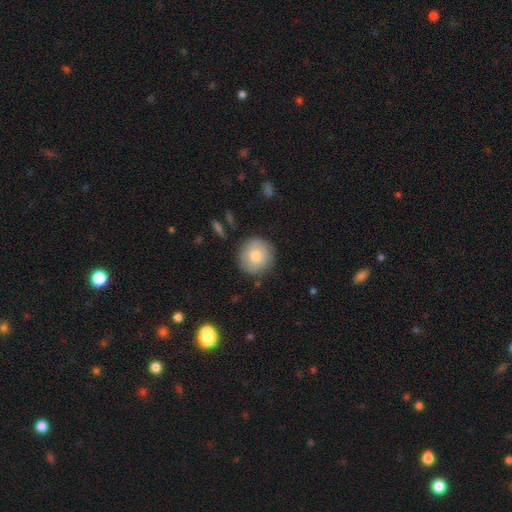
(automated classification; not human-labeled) smooth 72%, featured or disk 21%, star or artifact 7%. Down the decision tree: how rounded — round (93%); merging — none (84%).